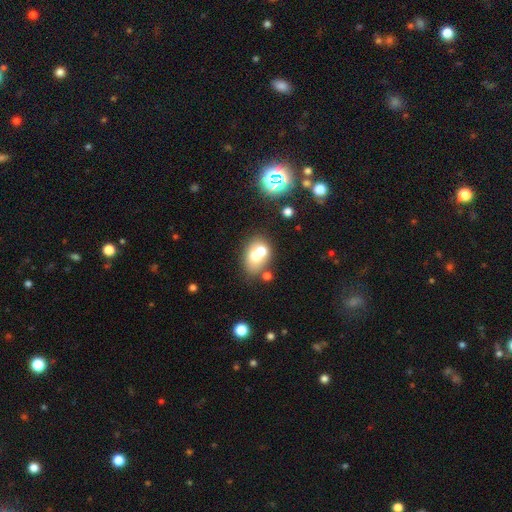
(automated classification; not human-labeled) smooth_or_featured: smooth (p=0.62) [alt: featured or disk p=0.26]
how_rounded: in between (p=0.62) [alt: round p=0.37]
merging: merger (p=0.53) [alt: none p=0.34]